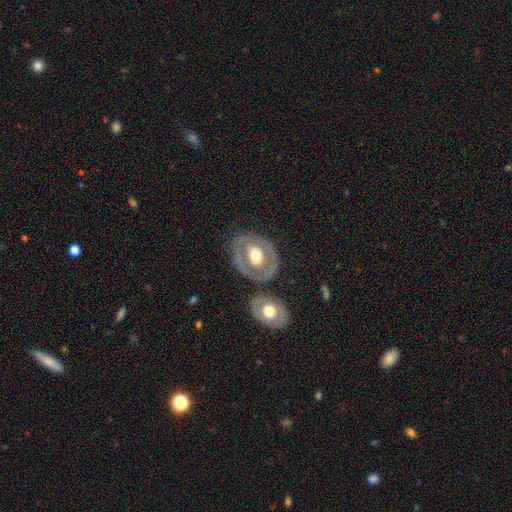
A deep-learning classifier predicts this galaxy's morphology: Q: Smooth or featured?
A: featured or disk (58%); runner-up: smooth (36%)
Q: Edge-on disk?
A: no (93%); runner-up: yes (7%)
Q: Bar?
A: no (74%); runner-up: weak (17%)
Q: Spiral arms?
A: no (78%); runner-up: yes (22%)
Q: Bulge size?
A: moderate (62%); runner-up: large (29%)
Q: Merging?
A: none (68%); runner-up: minor disturbance (15%)